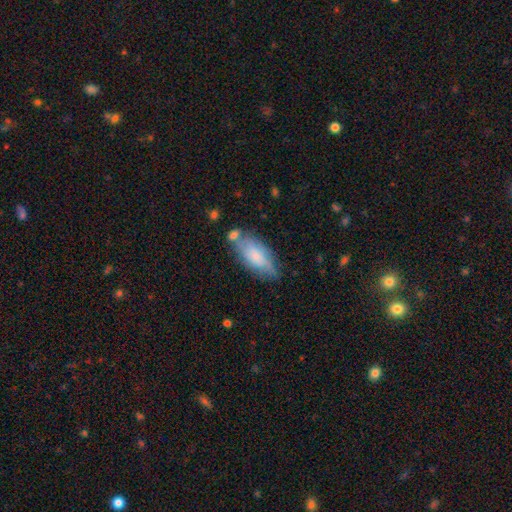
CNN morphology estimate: Smooth or featured: smooth — 67% (featured or disk — 26%)
How rounded: in between — 80% (cigar-shaped — 18%)
Merging: none — 62% (minor disturbance — 23%)